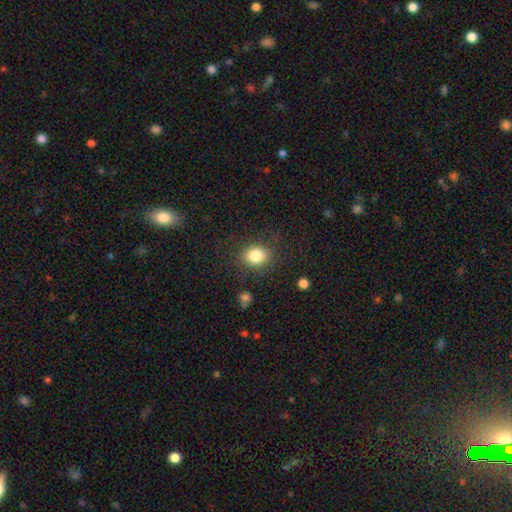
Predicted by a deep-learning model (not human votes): Smooth or featured?
  - smooth: 84% *
  - star or artifact: 10%
  - featured or disk: 6%
How rounded?
  - round: 61% *
  - in between: 38%
  - cigar-shaped: 1%
Merging?
  - none: 82% *
  - minor disturbance: 12%
  - major disturbance: 5%
  - merger: 2%